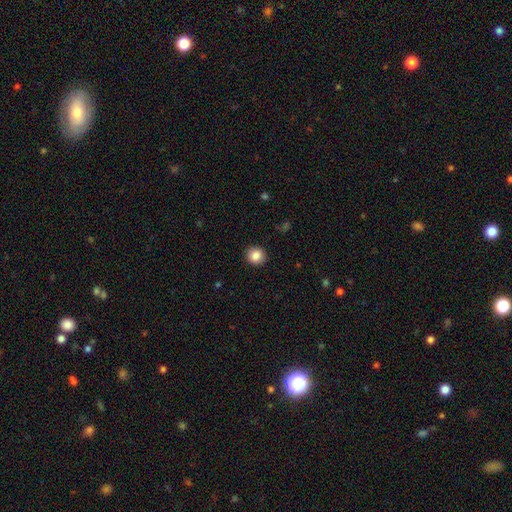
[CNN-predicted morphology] Smooth or featured?
  - smooth: 86% *
  - star or artifact: 9%
  - featured or disk: 5%
How rounded?
  - round: 86% *
  - in between: 13%
  - cigar-shaped: 1%
Merging?
  - none: 92% *
  - minor disturbance: 6%
  - major disturbance: 2%
  - merger: 1%